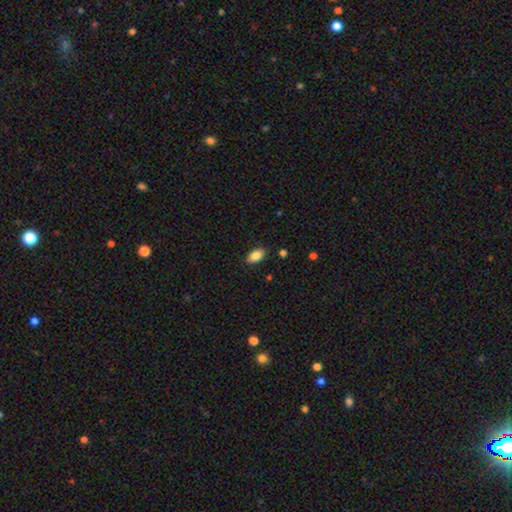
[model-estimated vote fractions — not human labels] Morphology: type=smooth (87%); roundness=in between (92%); merging=none (87%).